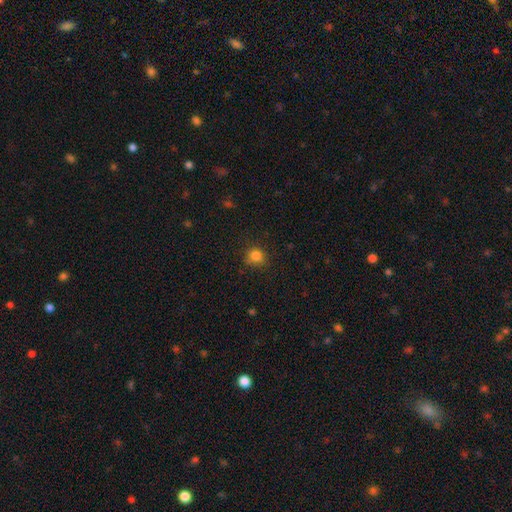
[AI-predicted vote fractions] Smooth or featured? Predicted: smooth (p=0.83). How rounded? Predicted: round (p=0.84). Merging? Predicted: none (p=0.79).